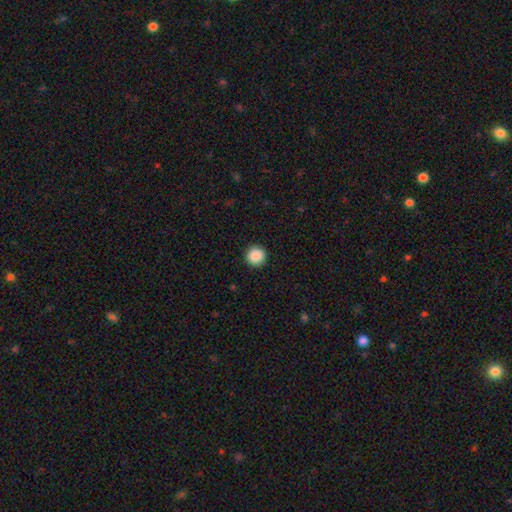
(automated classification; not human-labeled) Q: Smooth or featured?
A: smooth (89%); runner-up: star or artifact (9%)
Q: How rounded?
A: round (95%); runner-up: in between (4%)
Q: Merging?
A: none (93%); runner-up: minor disturbance (4%)